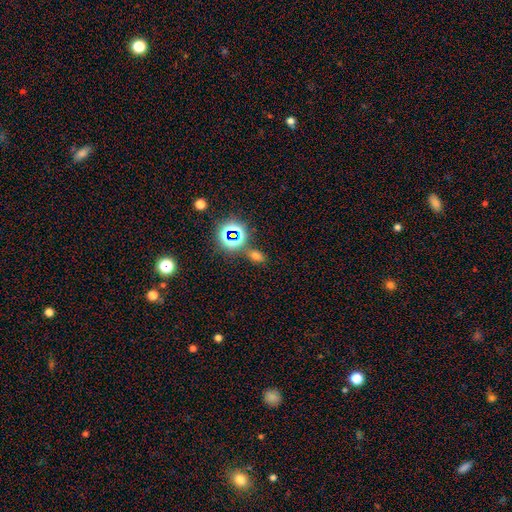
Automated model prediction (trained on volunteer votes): A smooth galaxy with no disk features (57%) that is in between round and cigar-shaped (78%).

Vote fractions:
- Smooth or featured? smooth: 57% / star or artifact: 35% / featured or disk: 7%
- How rounded? in between: 78% / round: 18% / cigar-shaped: 4%
- Merging? none: 74% / minor disturbance: 11% / merger: 11% / major disturbance: 4%